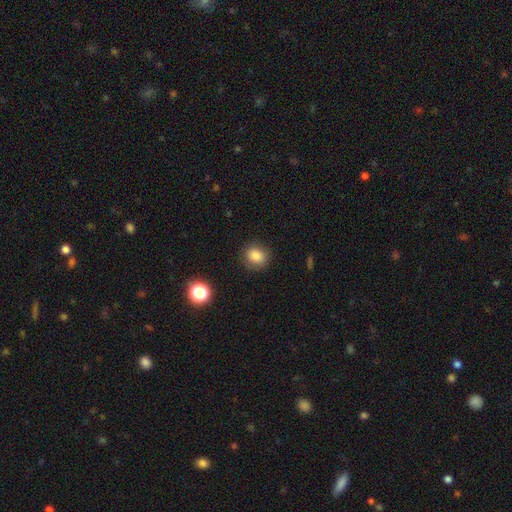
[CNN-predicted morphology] This is clearly a smooth galaxy (83%). How rounded: likely round (67%). Merging: clearly none (84%).